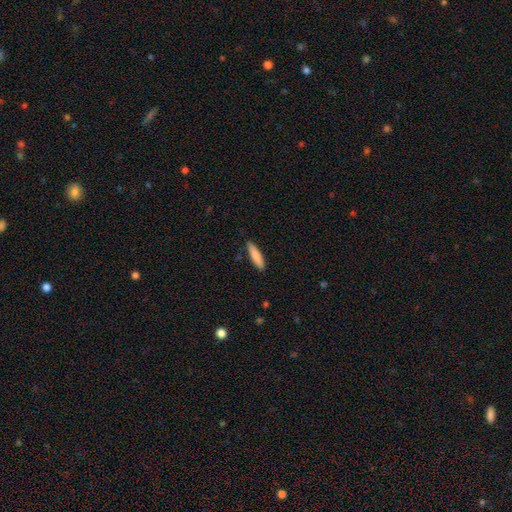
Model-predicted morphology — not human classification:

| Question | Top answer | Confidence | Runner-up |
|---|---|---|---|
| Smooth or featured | smooth | 85% | featured or disk (9%) |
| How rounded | cigar-shaped | 76% | in between (23%) |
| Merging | none | 88% | minor disturbance (9%) |